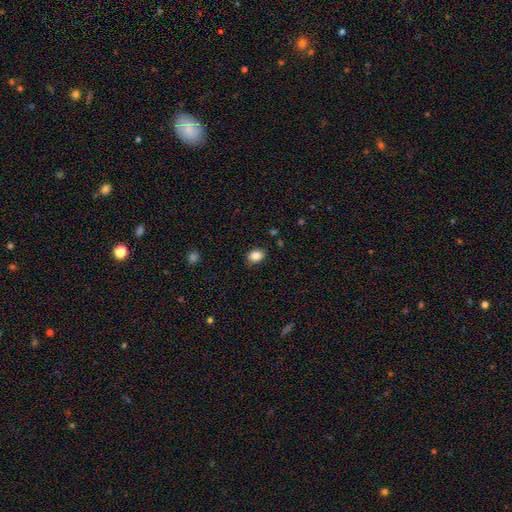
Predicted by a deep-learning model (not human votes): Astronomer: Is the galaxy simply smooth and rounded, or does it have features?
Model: smooth — 86%.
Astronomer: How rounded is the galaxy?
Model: in between — 64%.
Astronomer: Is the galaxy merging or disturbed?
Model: none — 84%.